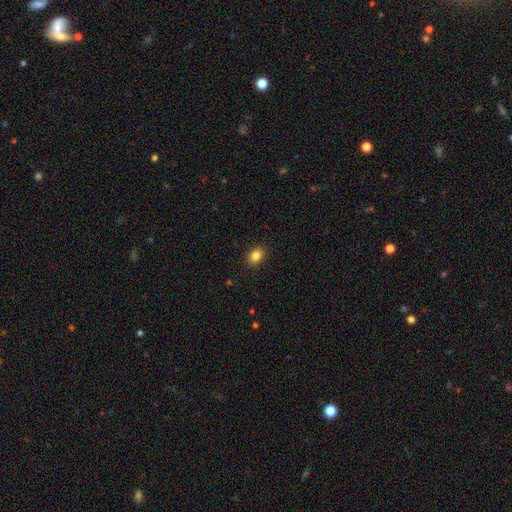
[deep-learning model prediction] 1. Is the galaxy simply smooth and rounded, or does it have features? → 85% smooth, 10% star or artifact, 5% featured or disk.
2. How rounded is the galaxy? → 70% in between, 29% round, 1% cigar-shaped.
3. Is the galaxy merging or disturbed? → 89% none, 8% minor disturbance, 2% major disturbance, 1% merger.